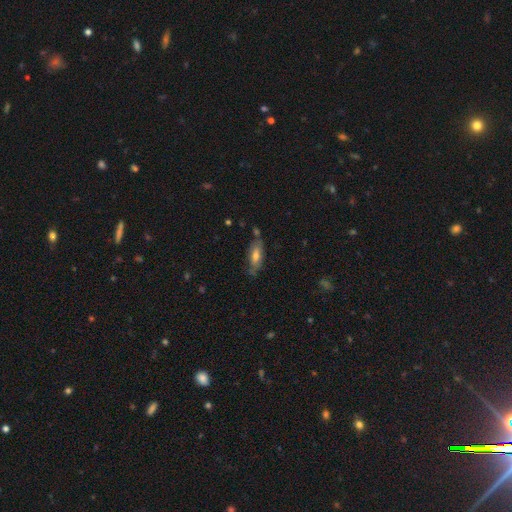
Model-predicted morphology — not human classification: Smooth or featured: smooth — 56% (featured or disk — 36%)
How rounded: in between — 65% (cigar-shaped — 32%)
Merging: none — 67% (minor disturbance — 22%)